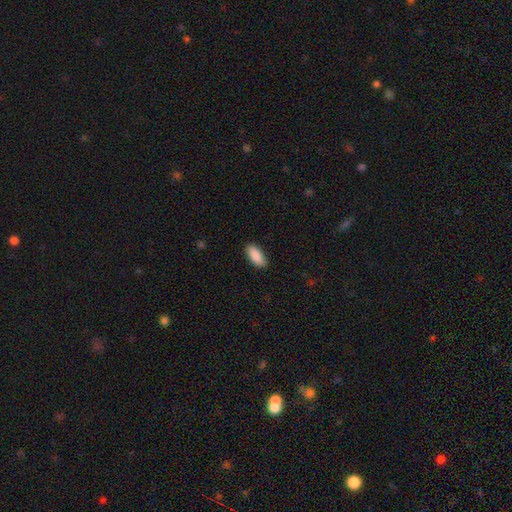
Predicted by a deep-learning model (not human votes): Q: Smooth or featured?
A: smooth (90%); runner-up: star or artifact (6%)
Q: How rounded?
A: in between (85%); runner-up: cigar-shaped (13%)
Q: Merging?
A: none (88%); runner-up: minor disturbance (9%)